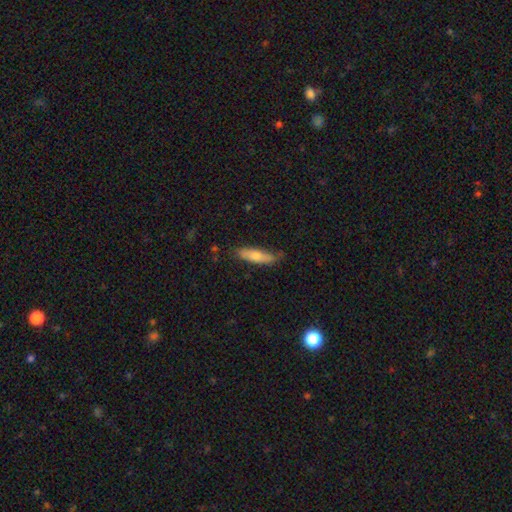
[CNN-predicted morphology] smooth 66%, featured or disk 28%, star or artifact 6%. Down the decision tree: how rounded — cigar-shaped (71%); merging — none (76%).